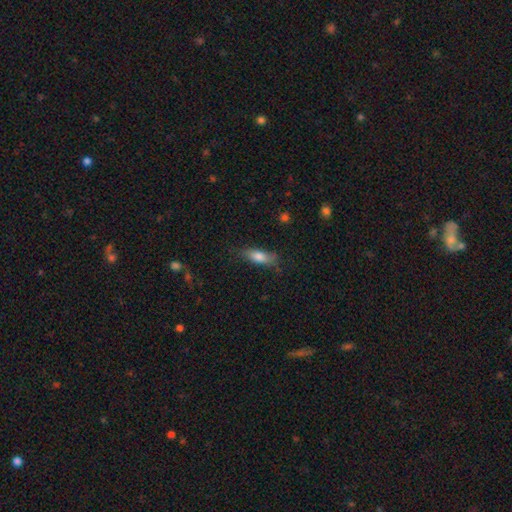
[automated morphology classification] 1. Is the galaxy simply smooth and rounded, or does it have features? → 74% smooth, 17% featured or disk, 8% star or artifact.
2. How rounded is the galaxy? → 58% in between, 39% cigar-shaped, 3% round.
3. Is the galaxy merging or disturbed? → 77% none, 18% minor disturbance, 4% major disturbance, 2% merger.